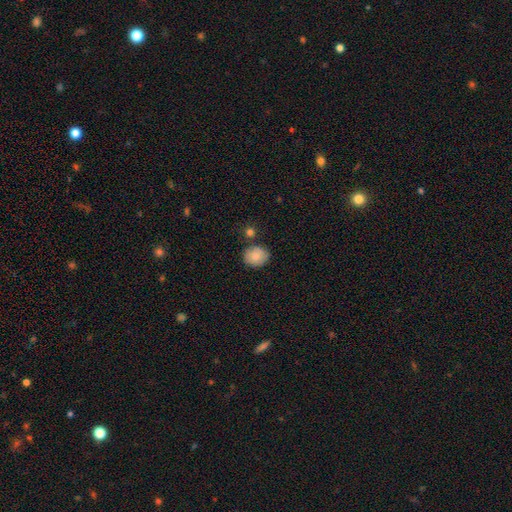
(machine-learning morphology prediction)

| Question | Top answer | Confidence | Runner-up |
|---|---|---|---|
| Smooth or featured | smooth | 83% | featured or disk (10%) |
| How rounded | round | 68% | in between (31%) |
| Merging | none | 74% | minor disturbance (15%) |